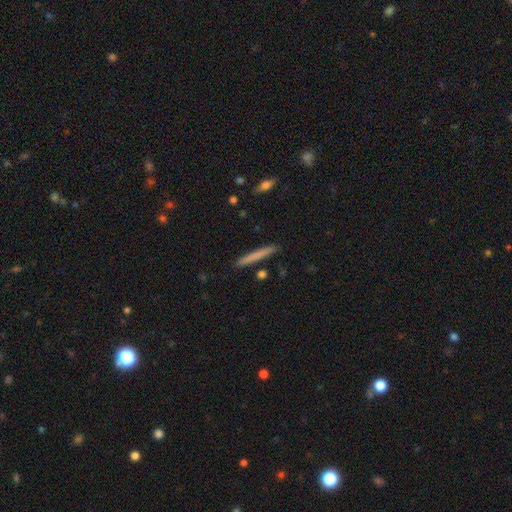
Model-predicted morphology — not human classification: smooth-or-featured: smooth: 71% | featured or disk: 23% | star or artifact: 6%
  how-rounded: cigar-shaped: 97% | in between: 2% | round: 1%
  merging: none: 91% | minor disturbance: 6% | merger: 2% | major disturbance: 1%